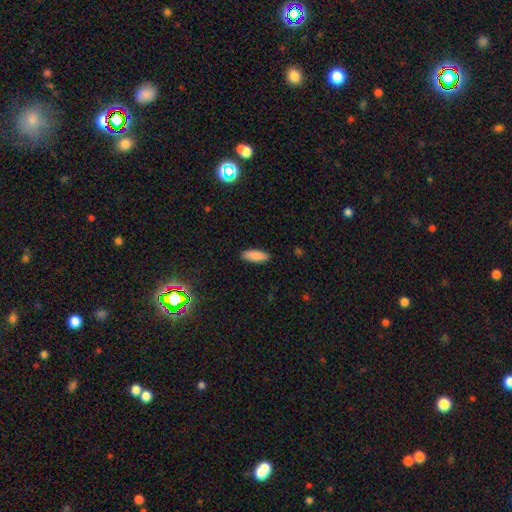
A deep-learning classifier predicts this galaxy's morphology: smooth-or-featured: smooth: 87% | star or artifact: 7% | featured or disk: 6%
  how-rounded: in between: 71% | cigar-shaped: 28% | round: 2%
  merging: none: 89% | minor disturbance: 8% | major disturbance: 2% | merger: 1%